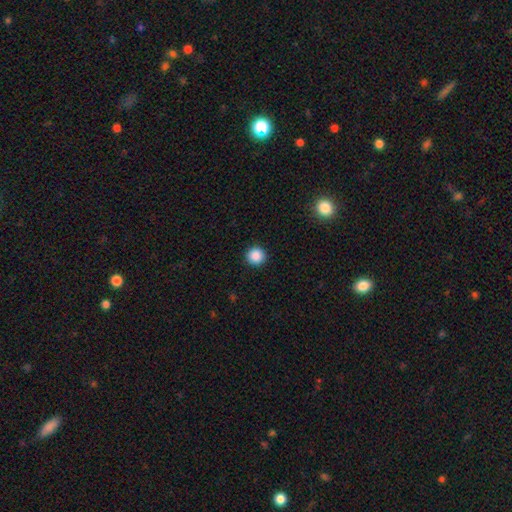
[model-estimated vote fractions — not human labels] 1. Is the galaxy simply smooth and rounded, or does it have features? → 88% smooth, 9% star or artifact, 3% featured or disk.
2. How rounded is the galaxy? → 95% round, 4% in between, 1% cigar-shaped.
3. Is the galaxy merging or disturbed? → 93% none, 5% minor disturbance, 2% major disturbance, 1% merger.